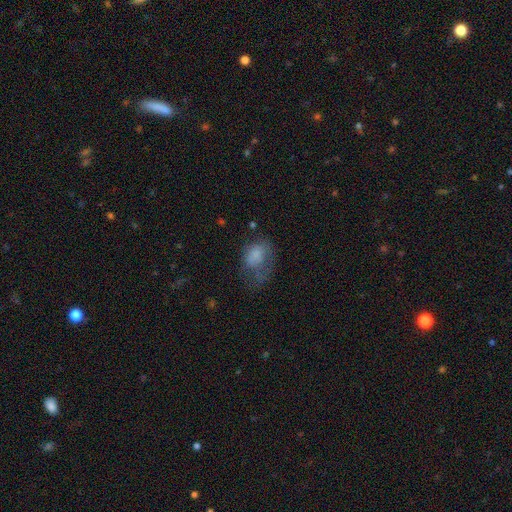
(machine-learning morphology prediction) Q: Smooth or featured?
A: smooth (69%); runner-up: featured or disk (21%)
Q: How rounded?
A: in between (72%); runner-up: round (27%)
Q: Merging?
A: major disturbance (45%); runner-up: minor disturbance (26%)